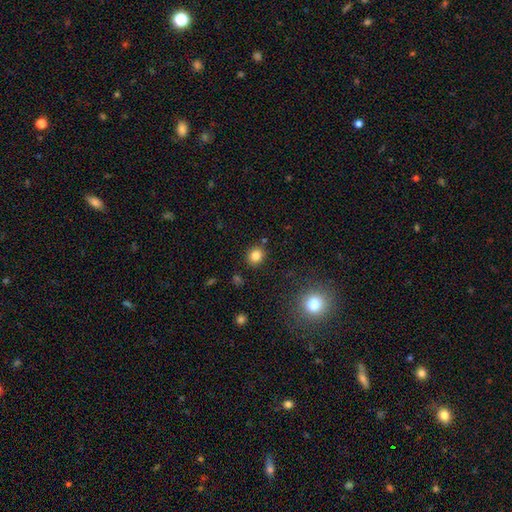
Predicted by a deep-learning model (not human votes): smooth-or-featured: smooth: 83% | star or artifact: 12% | featured or disk: 6%
  how-rounded: round: 75% | in between: 24% | cigar-shaped: 1%
  merging: none: 86% | minor disturbance: 8% | merger: 3% | major disturbance: 3%